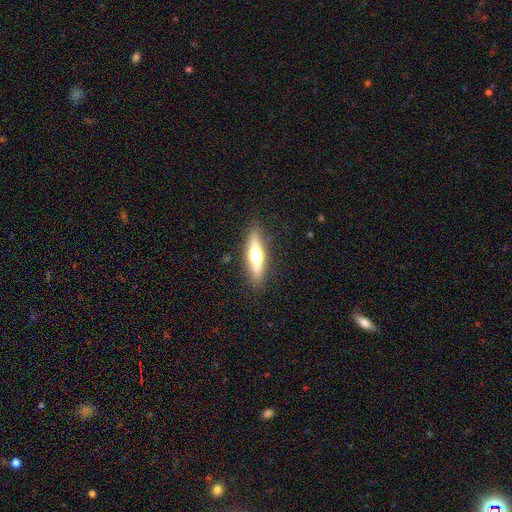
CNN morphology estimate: Smooth or featured?
  - featured or disk: 59% *
  - smooth: 35%
  - star or artifact: 6%
Edge-on disk?
  - yes: 94% *
  - no: 6%
Edge-on bulge?
  - rounded: 93% *
  - boxy: 4%
  - none: 3%
Merging?
  - none: 89% *
  - minor disturbance: 8%
  - major disturbance: 2%
  - merger: 1%